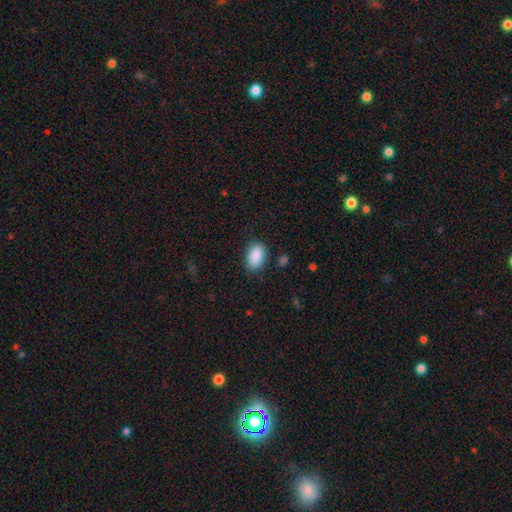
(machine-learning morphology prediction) Smooth or featured: smooth — 89% (star or artifact — 7%)
How rounded: in between — 89% (round — 9%)
Merging: none — 84% (minor disturbance — 11%)